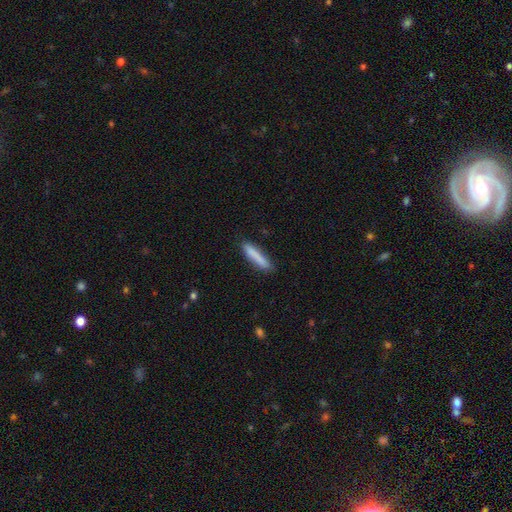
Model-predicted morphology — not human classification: This is clearly a smooth galaxy (83%). How rounded: clearly cigar-shaped (88%). Merging: clearly none (83%).